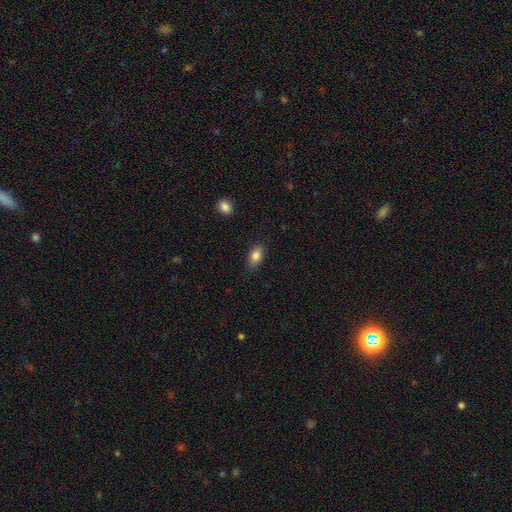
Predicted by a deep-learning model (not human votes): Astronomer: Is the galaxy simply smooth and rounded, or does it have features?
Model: smooth — 84%.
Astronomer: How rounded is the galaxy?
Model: in between — 87%.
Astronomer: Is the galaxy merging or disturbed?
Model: none — 83%.